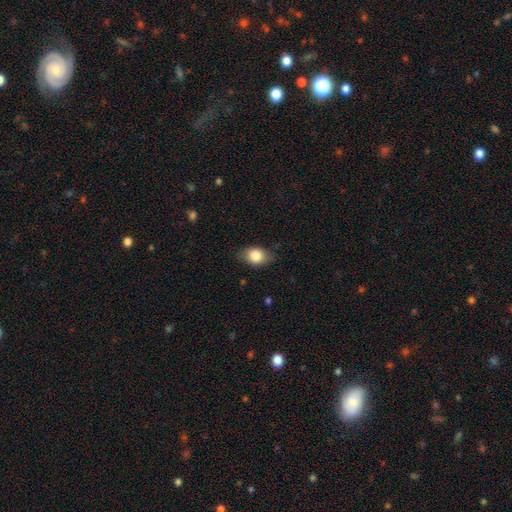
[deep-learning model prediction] A smooth galaxy with no disk features (82%) that is in between round and cigar-shaped (75%).

Vote fractions:
- Smooth or featured? smooth: 82% / featured or disk: 11% / star or artifact: 7%
- How rounded? in between: 75% / round: 23% / cigar-shaped: 2%
- Merging? none: 76% / minor disturbance: 19% / major disturbance: 4% / merger: 1%